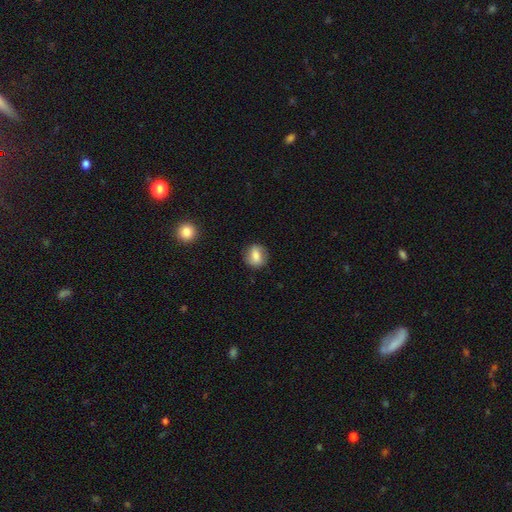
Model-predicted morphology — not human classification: Smooth or featured? smooth (71%)
How rounded? round (59%)
Merging? none (81%)